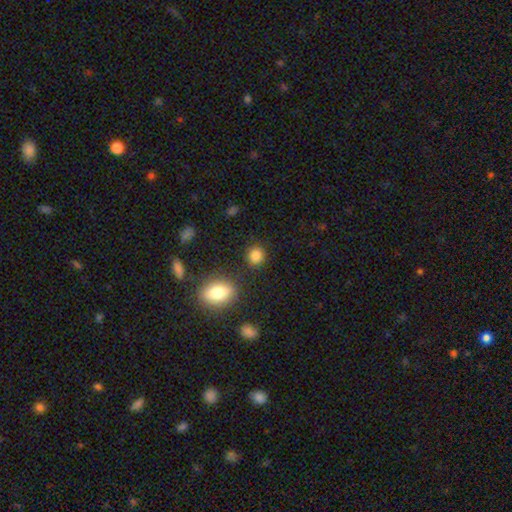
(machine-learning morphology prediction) Q: Smooth or featured?
A: smooth (84%); runner-up: star or artifact (11%)
Q: How rounded?
A: round (83%); runner-up: in between (16%)
Q: Merging?
A: none (85%); runner-up: minor disturbance (8%)